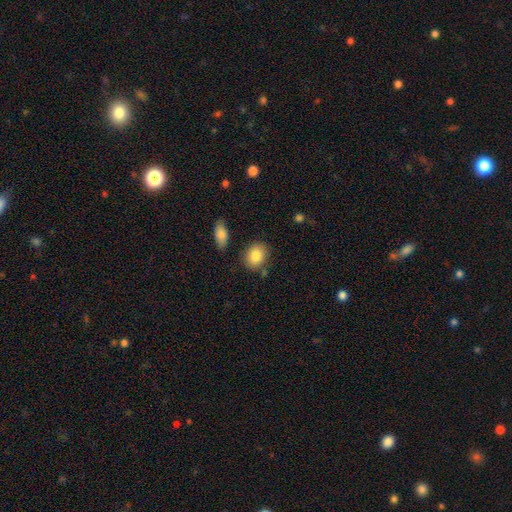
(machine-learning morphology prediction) A smooth galaxy with no disk features (85%) that is in between round and cigar-shaped (54%). Merging: none (79%).